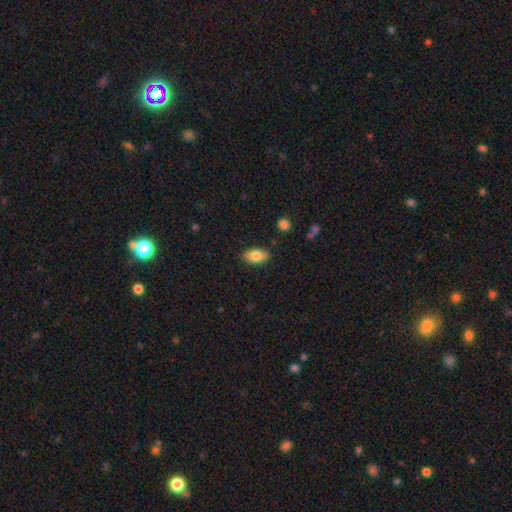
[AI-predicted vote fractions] This appears to be a smooth galaxy with no disk features (81%) that is in between round and cigar-shaped (91%). Merging: none (85%).